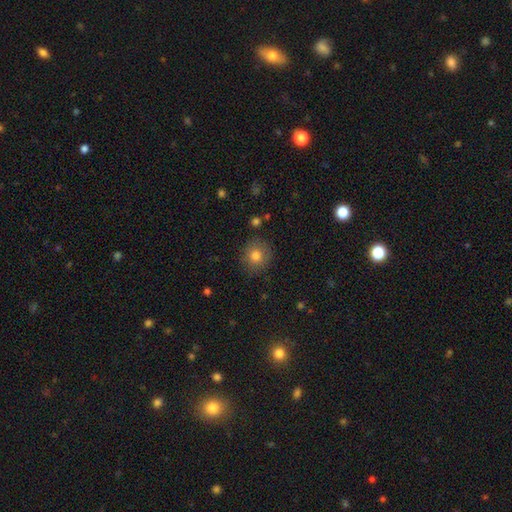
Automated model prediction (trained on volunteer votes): A smooth galaxy with no disk features (80%) that is round (88%). Merging: none (86%).